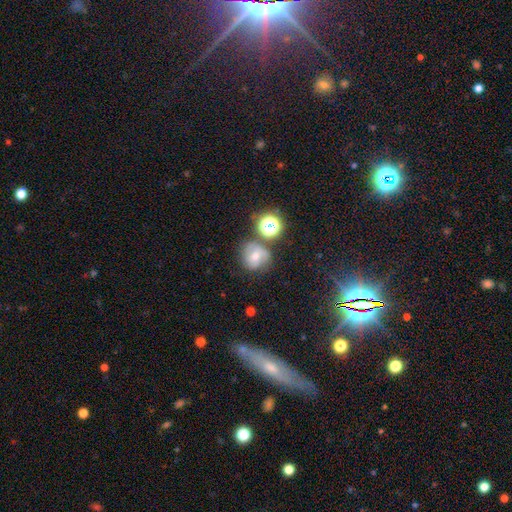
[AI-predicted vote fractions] Smooth or featured?
  - smooth: 48% *
  - featured or disk: 34%
  - star or artifact: 18%
Merging?
  - none: 56% *
  - minor disturbance: 20%
  - merger: 14%
  - major disturbance: 10%